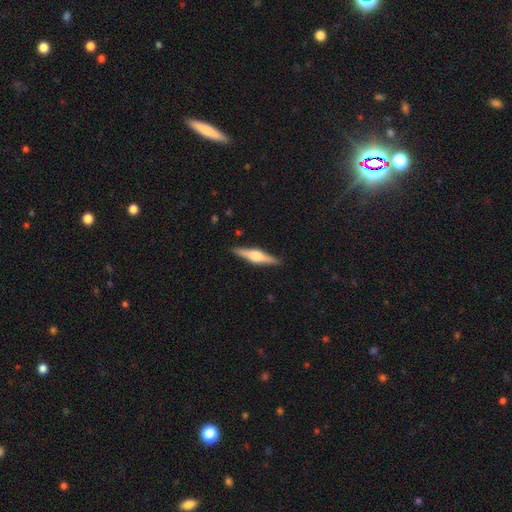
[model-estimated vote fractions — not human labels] Smooth or featured: featured or disk — 68% (smooth — 26%)
Edge-on disk: yes — 98% (no — 2%)
Edge-on bulge: rounded — 87% (boxy — 11%)
Merging: none — 90% (minor disturbance — 7%)